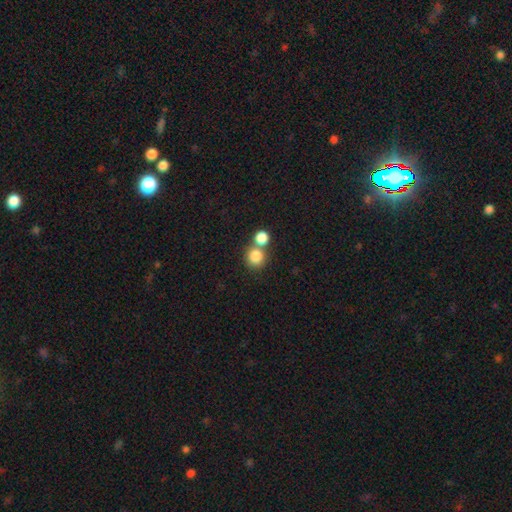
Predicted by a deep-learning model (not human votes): smooth 83%, star or artifact 10%, featured or disk 7%. Down the decision tree: how rounded — round (88%); merging — none (50%).